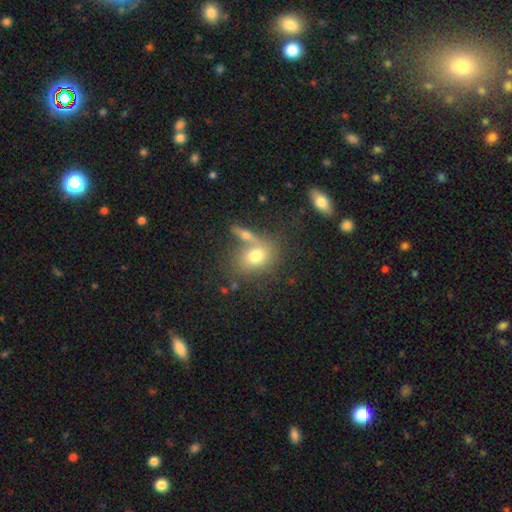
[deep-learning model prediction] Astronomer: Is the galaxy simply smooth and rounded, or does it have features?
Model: smooth — 71%.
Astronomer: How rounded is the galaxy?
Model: in between — 53% (runner-up: round, 45%).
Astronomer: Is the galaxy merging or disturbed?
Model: none — 48% (runner-up: merger, 33%).